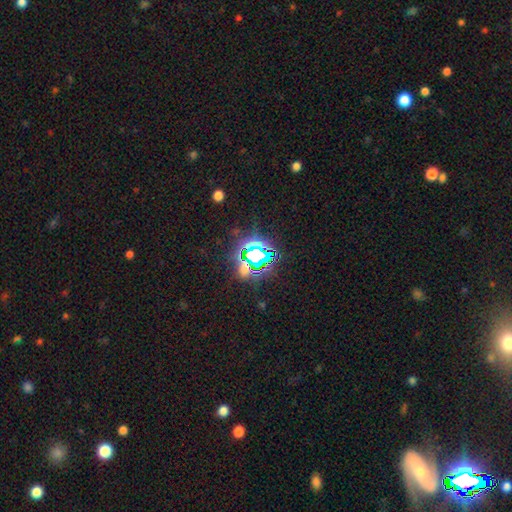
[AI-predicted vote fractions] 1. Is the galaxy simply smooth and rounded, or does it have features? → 73% star or artifact, 16% smooth, 11% featured or disk.